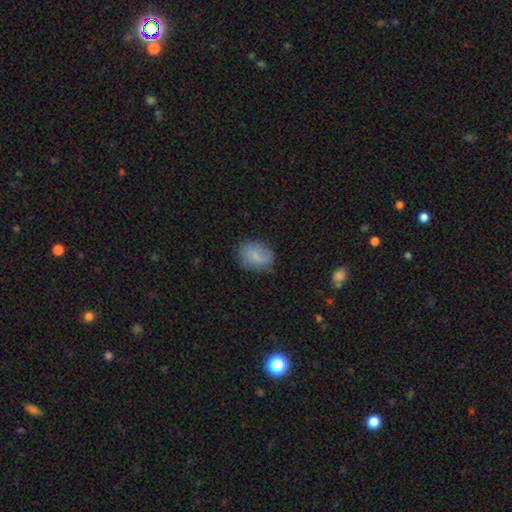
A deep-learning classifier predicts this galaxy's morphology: Smooth or featured?
  - smooth: 76% *
  - featured or disk: 16%
  - star or artifact: 8%
How rounded?
  - in between: 64% *
  - round: 35%
  - cigar-shaped: 1%
Merging?
  - none: 72% *
  - minor disturbance: 21%
  - major disturbance: 6%
  - merger: 1%